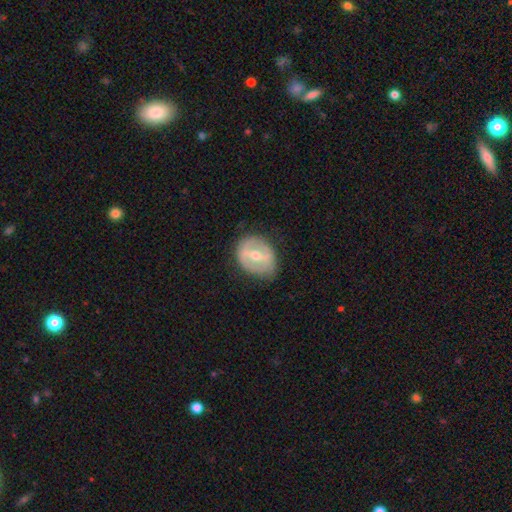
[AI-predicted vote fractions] A featured or disk galaxy (67%) with a strong bar (52%), no spiral arms (68%) and a moderate central bulge (67%).

Vote fractions:
- Smooth or featured? featured or disk: 67% / smooth: 28% / star or artifact: 6%
- Edge-on disk? no: 94% / yes: 6%
- Bar? strong: 52% / weak: 35% / no: 13%
- Spiral arms? no: 68% / yes: 32%
- Bulge size? moderate: 67% / small: 28% / large: 3% / none: 1% / dominant: 1%
- Merging? none: 78% / minor disturbance: 16% / major disturbance: 5% / merger: 1%